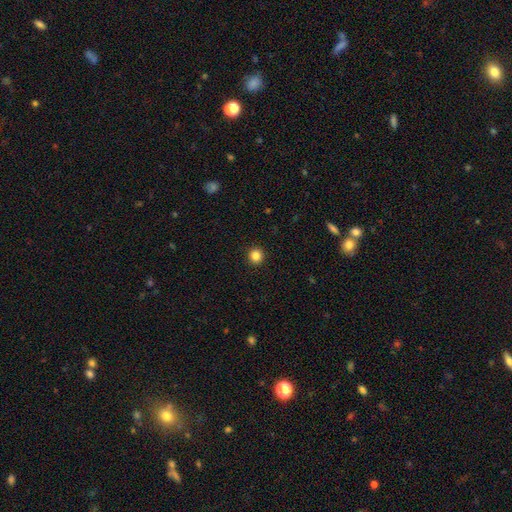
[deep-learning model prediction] Morphology: type=smooth (85%); roundness=round (93%); merging=none (93%).